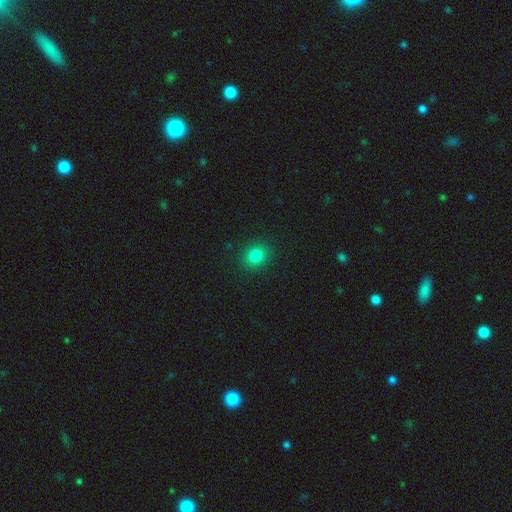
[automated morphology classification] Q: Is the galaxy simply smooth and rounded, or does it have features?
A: smooth — 82%.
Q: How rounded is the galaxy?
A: round — 77%.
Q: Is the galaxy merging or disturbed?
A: none — 90%.